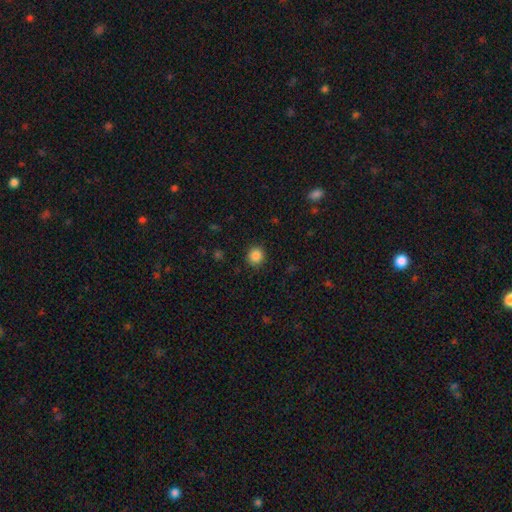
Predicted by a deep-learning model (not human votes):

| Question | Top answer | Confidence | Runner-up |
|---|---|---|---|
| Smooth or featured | smooth | 87% | star or artifact (10%) |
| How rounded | round | 89% | in between (10%) |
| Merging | none | 90% | minor disturbance (7%) |